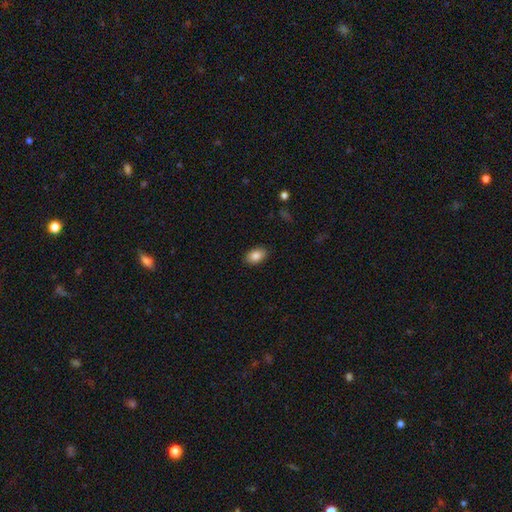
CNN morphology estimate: smooth_or_featured: smooth (p=0.86) [alt: star or artifact p=0.08]
how_rounded: in between (p=0.89) [alt: round p=0.10]
merging: none (p=0.89) [alt: minor disturbance p=0.08]